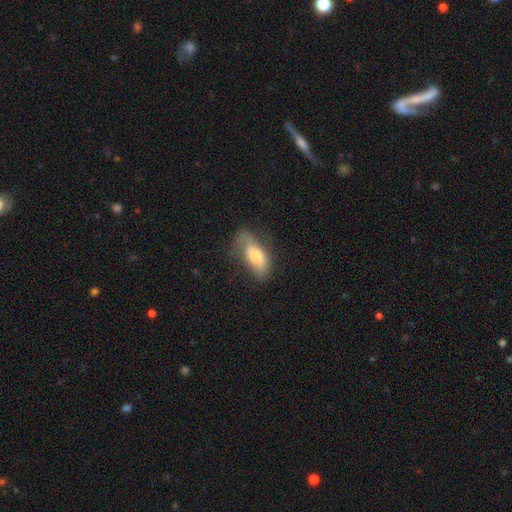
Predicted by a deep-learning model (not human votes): Smooth or featured? Predicted: smooth (p=0.69). How rounded? Predicted: in between (p=0.79). Merging? Predicted: none (p=0.44).